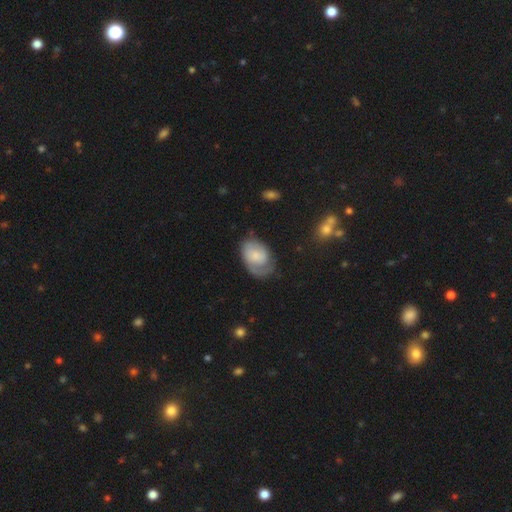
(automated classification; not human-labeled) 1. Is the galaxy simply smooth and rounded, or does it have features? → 54% featured or disk, 39% smooth, 7% star or artifact.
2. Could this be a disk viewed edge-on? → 97% no, 3% yes.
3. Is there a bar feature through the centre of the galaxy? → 68% no, 28% weak, 4% strong.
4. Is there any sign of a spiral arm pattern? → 83% yes, 17% no.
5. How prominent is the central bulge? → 48% small, 32% moderate, 11% none, 8% large, 2% dominant.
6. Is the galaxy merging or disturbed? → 55% none, 27% minor disturbance, 16% major disturbance, 2% merger.